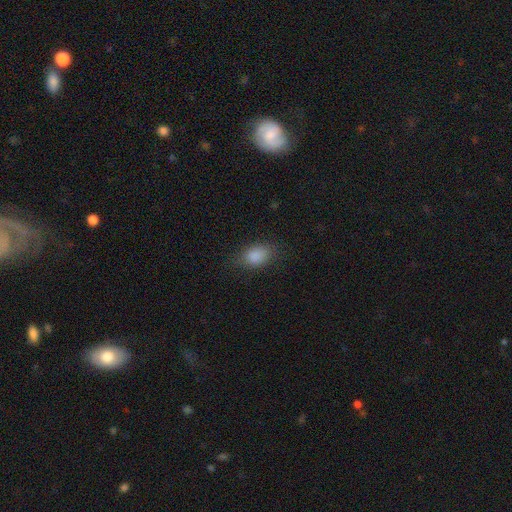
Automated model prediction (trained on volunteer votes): Morphology: type=smooth (86%); roundness=in between (81%); merging=none (76%).